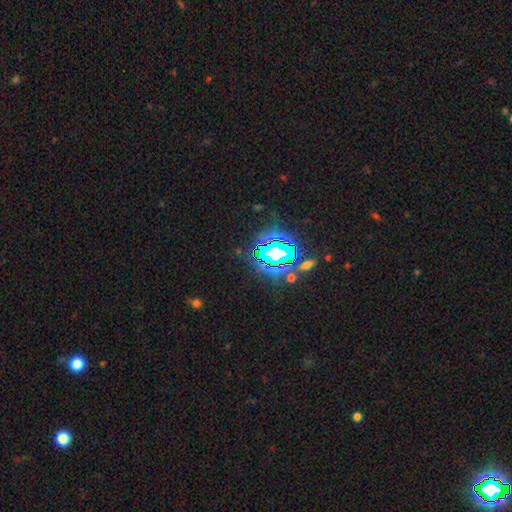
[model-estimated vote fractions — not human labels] smooth-or-featured: star or artifact: 77% | smooth: 14% | featured or disk: 9%